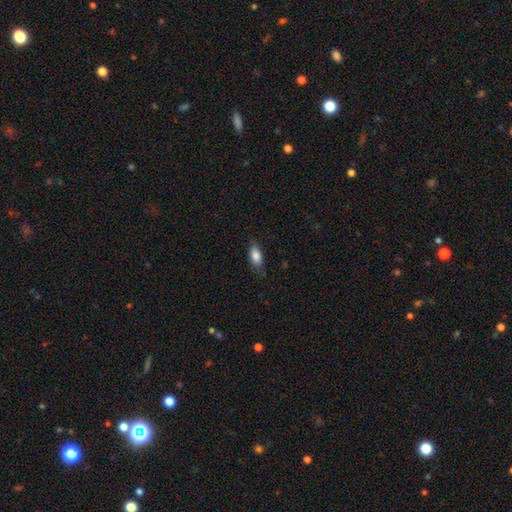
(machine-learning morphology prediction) Overall: smooth (84%). How rounded: in between (86%). Merging: none (77%).